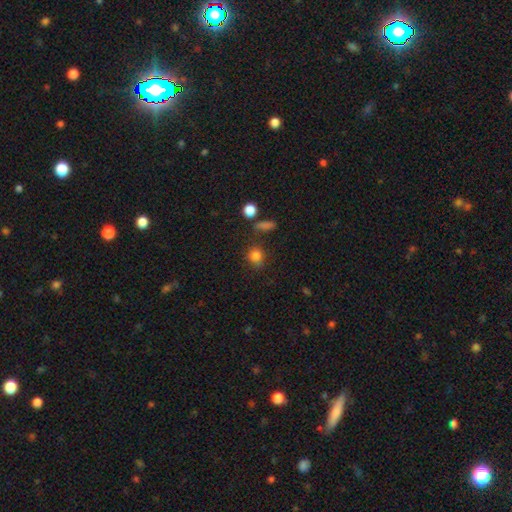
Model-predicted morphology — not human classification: Smooth or featured: smooth — 82% (star or artifact — 13%)
How rounded: round — 81% (in between — 17%)
Merging: none — 74% (minor disturbance — 14%)